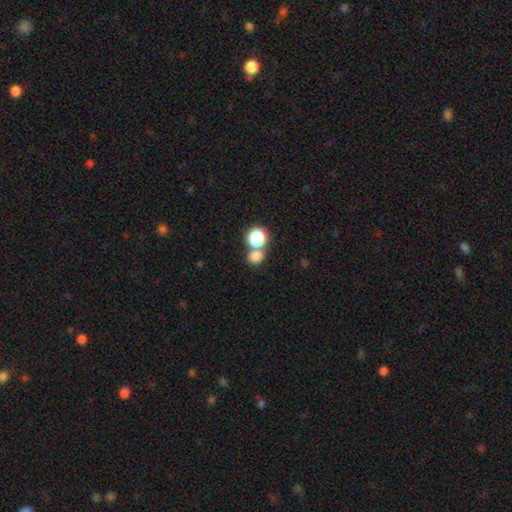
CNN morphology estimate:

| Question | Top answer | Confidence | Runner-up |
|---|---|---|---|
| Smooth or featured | smooth | 78% | star or artifact (16%) |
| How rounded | round | 69% | in between (30%) |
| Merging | none | 52% | merger (37%) |